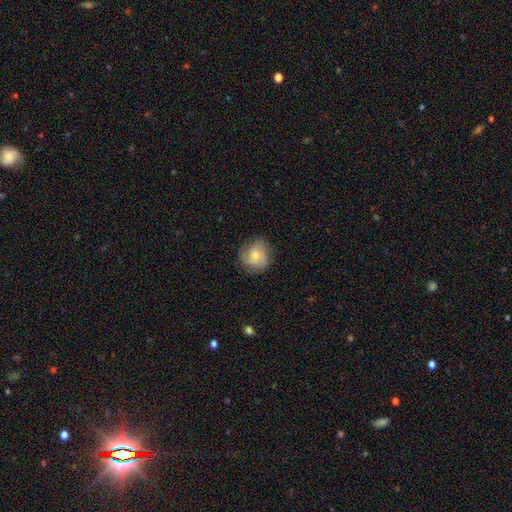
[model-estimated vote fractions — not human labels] Smooth or featured? Predicted: smooth (p=0.54). How rounded? Predicted: round (p=0.80). Merging? Predicted: none (p=0.73).